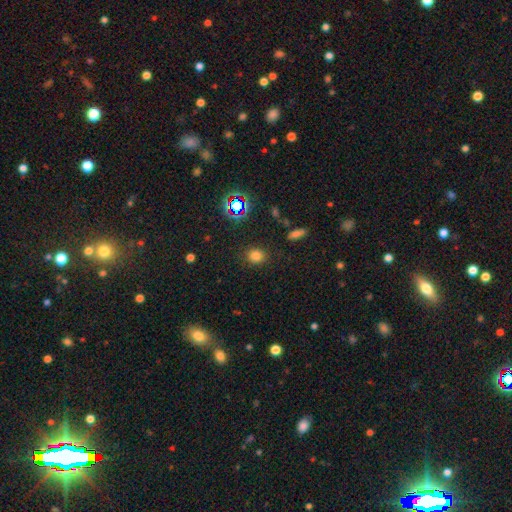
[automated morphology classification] smooth 75%, star or artifact 19%, featured or disk 6%. Down the decision tree: how rounded — round (78%); merging — none (87%).